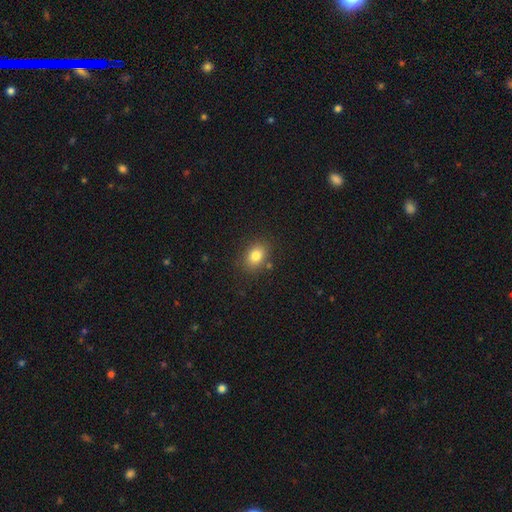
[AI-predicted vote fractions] Morphology: type=smooth (82%); roundness=in between (64%); merging=none (82%).